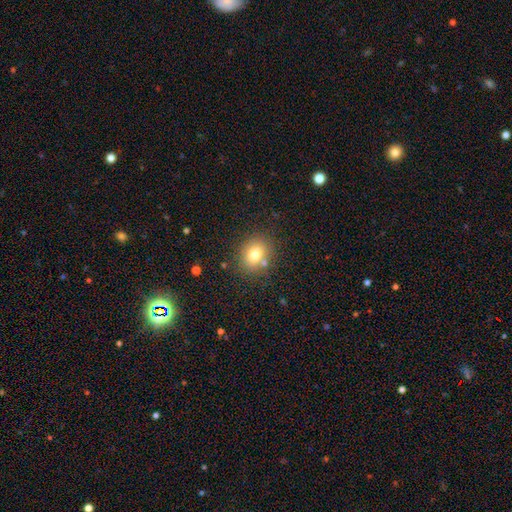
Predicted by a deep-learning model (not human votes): Morphology: type=smooth (77%); roundness=round (63%); merging=none (75%).